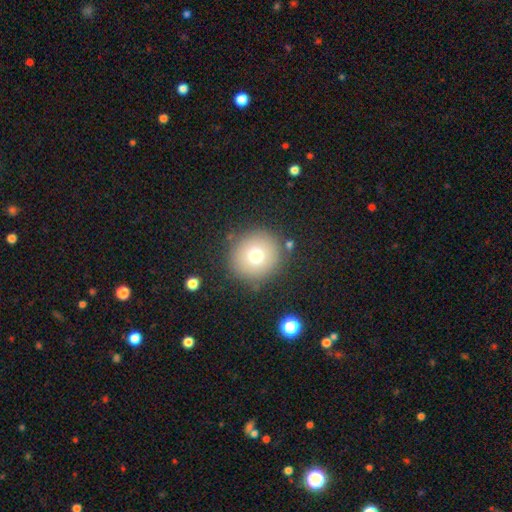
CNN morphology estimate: smooth 72%, star or artifact 15%, featured or disk 14%. Down the decision tree: how rounded — round (94%); merging — none (86%).